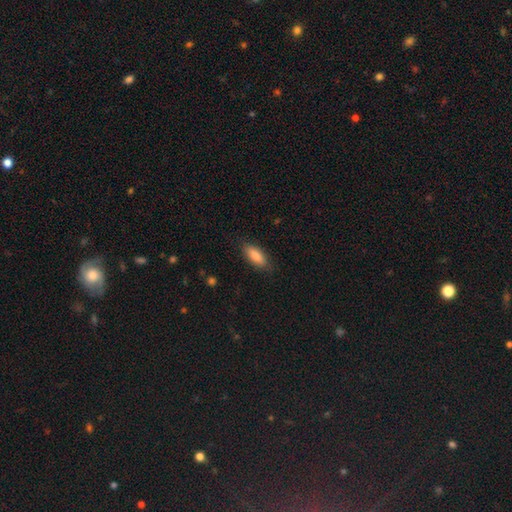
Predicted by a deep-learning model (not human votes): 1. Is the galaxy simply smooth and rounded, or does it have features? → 86% smooth, 8% featured or disk, 6% star or artifact.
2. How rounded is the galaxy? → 80% in between, 18% cigar-shaped, 2% round.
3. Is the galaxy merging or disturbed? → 83% none, 13% minor disturbance, 3% major disturbance, 1% merger.